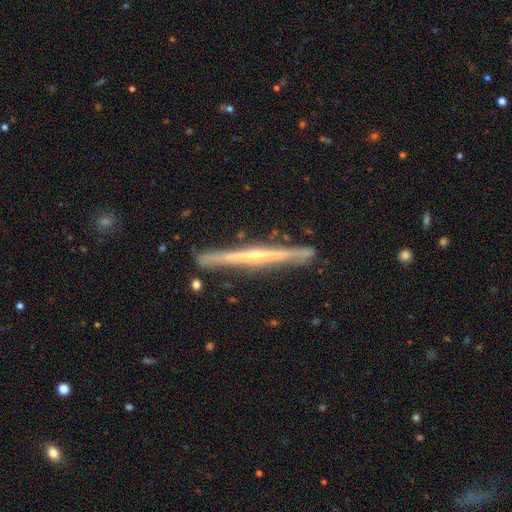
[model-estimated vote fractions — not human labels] smooth_or_featured: featured or disk (p=0.79) [alt: smooth p=0.16]
disk_edge_on: yes (p=0.97) [alt: no p=0.03]
edge_on_bulge: rounded (p=0.57) [alt: none p=0.37]
merging: none (p=0.86) [alt: minor disturbance p=0.10]